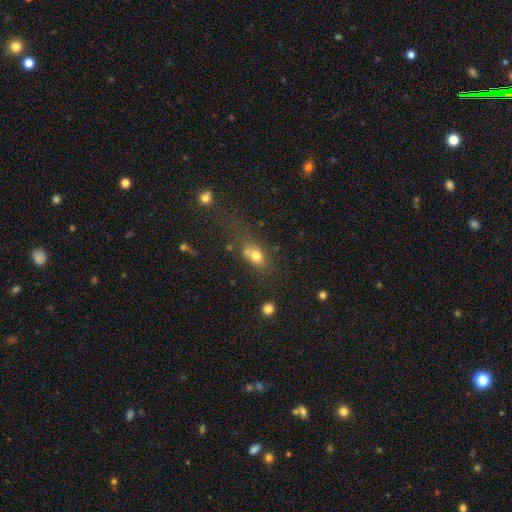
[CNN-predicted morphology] This appears to be a smooth galaxy with no disk features (74%) that is in between round and cigar-shaped (61%). Merging: none (45%).